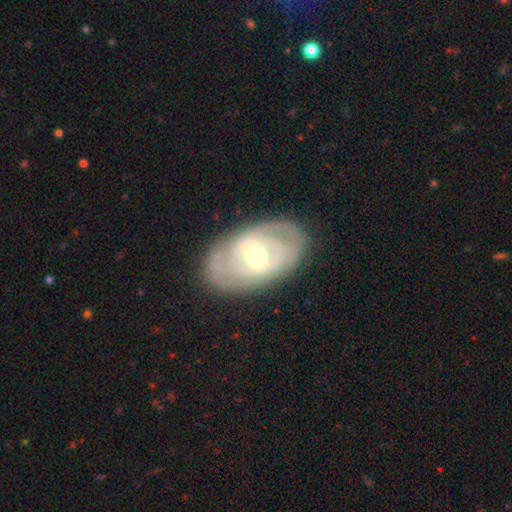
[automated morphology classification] type=featured or disk (82%); edge-on=no (94%); bar=weak (46%); spiral arms=yes (83%); winding=tight (71%); arm count=can't tell (39%); bulge=moderate (71%); merging=none (81%).